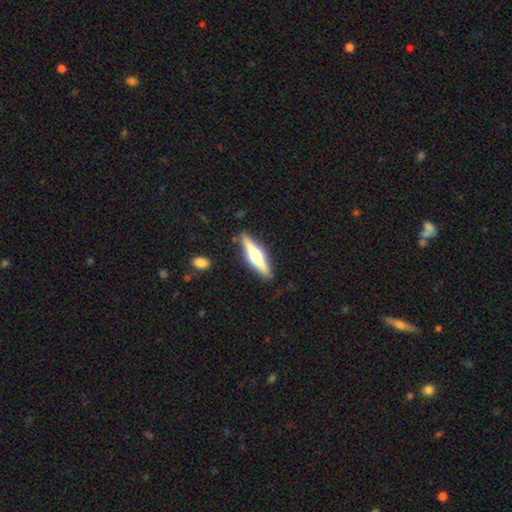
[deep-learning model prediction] smooth-or-featured: featured or disk: 67% | smooth: 28% | star or artifact: 5%
  disk-edge-on: yes: 97% | no: 3%
    edge-on-bulge: rounded: 93% | boxy: 5% | none: 2%
  merging: none: 87% | minor disturbance: 9% | major disturbance: 2% | merger: 2%